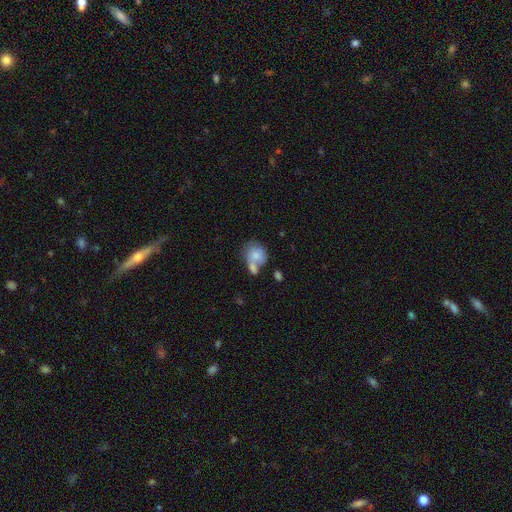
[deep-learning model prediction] Smooth or featured? Predicted: smooth (p=0.74). How rounded? Predicted: round (p=0.57). Merging? Predicted: merger (p=0.45).